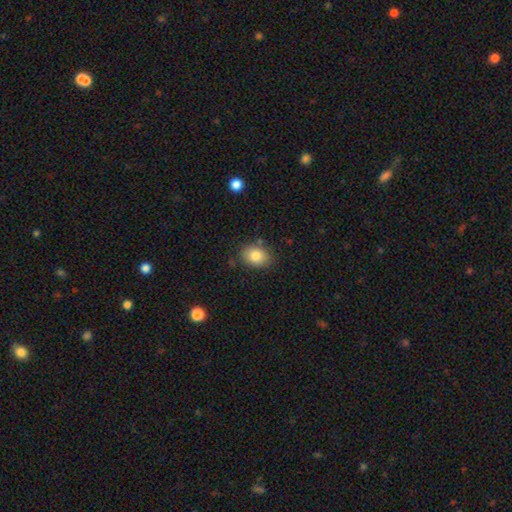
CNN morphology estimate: smooth 82%, star or artifact 9%, featured or disk 9%. Down the decision tree: how rounded — in between (62%); merging — none (81%).